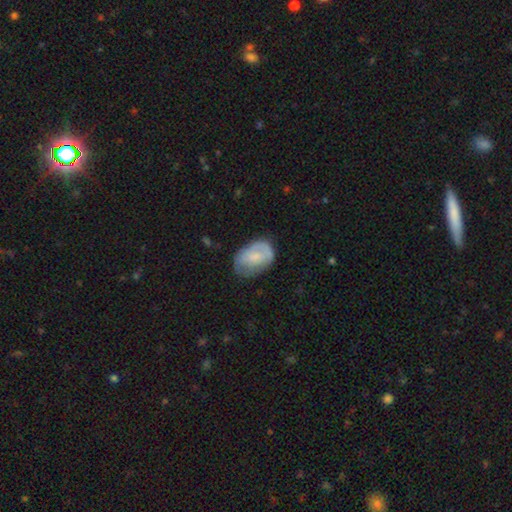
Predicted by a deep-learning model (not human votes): smooth-or-featured: smooth: 58% | featured or disk: 35% | star or artifact: 7%
  how-rounded: in between: 84% | round: 15% | cigar-shaped: 1%
  merging: none: 55% | minor disturbance: 31% | major disturbance: 13% | merger: 2%